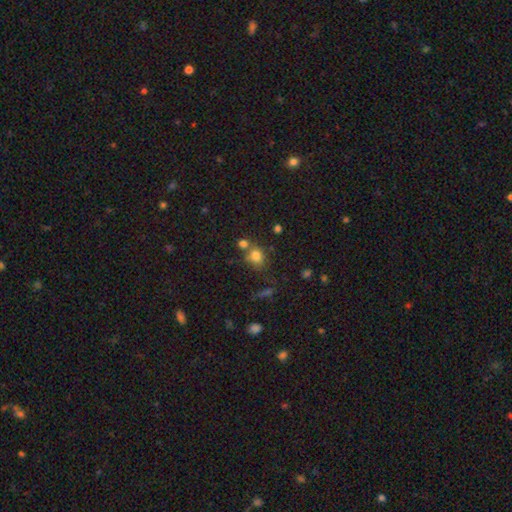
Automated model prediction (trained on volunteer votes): This is likely a smooth galaxy (76%). How rounded: likely round (61%). Merging: possibly none (55%).